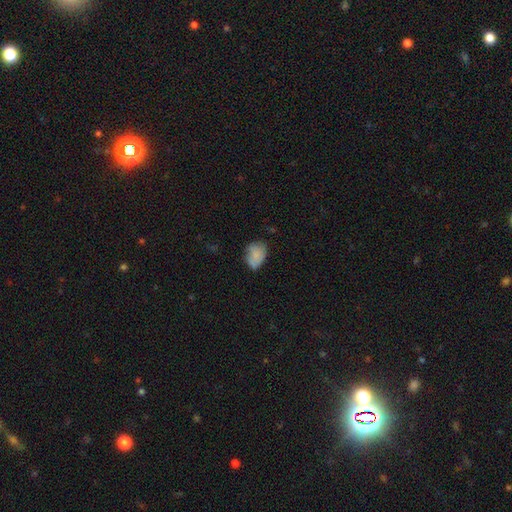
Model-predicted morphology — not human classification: type=smooth (76%); roundness=in between (74%); merging=none (48%).